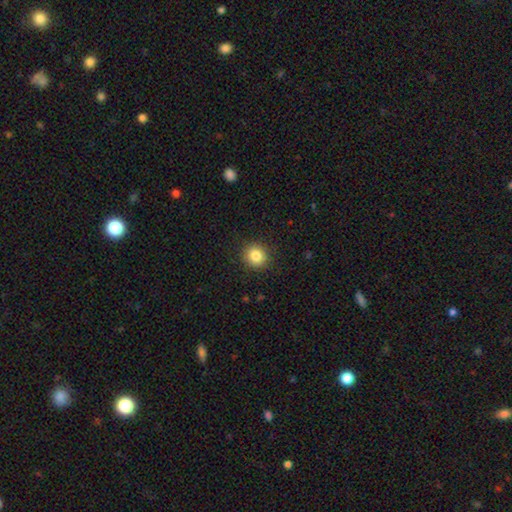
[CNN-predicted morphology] A smooth galaxy with no disk features (83%) that is round (88%). Merging: none (91%).